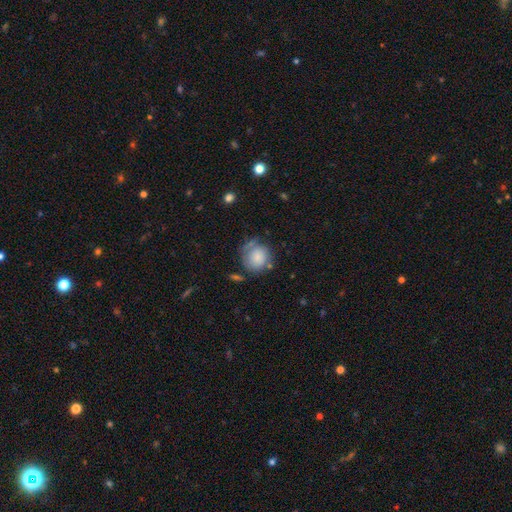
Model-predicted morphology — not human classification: Smooth or featured: smooth — 76% (featured or disk — 17%)
How rounded: round — 82% (in between — 17%)
Merging: none — 54% (minor disturbance — 26%)